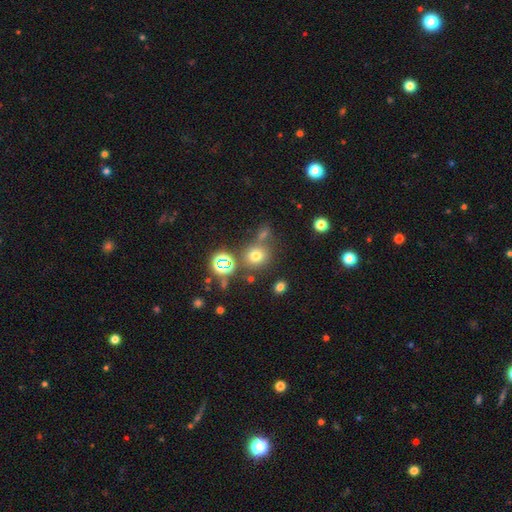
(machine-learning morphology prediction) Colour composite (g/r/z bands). It shows a smooth galaxy with no disk features (67%) that is round (85%). Merging: none (69%).